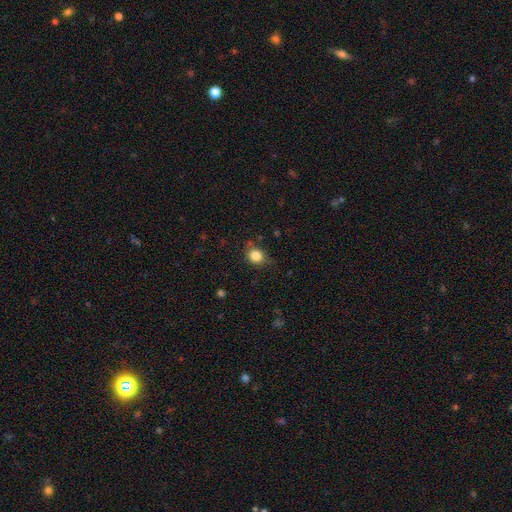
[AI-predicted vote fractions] Morphology: type=smooth (84%); roundness=round (75%); merging=none (70%).